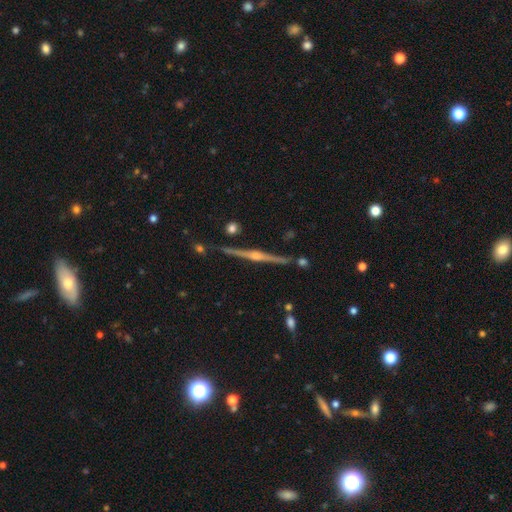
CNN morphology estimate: Q: Smooth or featured?
A: featured or disk (88%); runner-up: star or artifact (6%)
Q: Edge-on disk?
A: yes (98%); runner-up: no (2%)
Q: Edge-on bulge?
A: rounded (89%); runner-up: none (5%)
Q: Merging?
A: none (89%); runner-up: minor disturbance (6%)